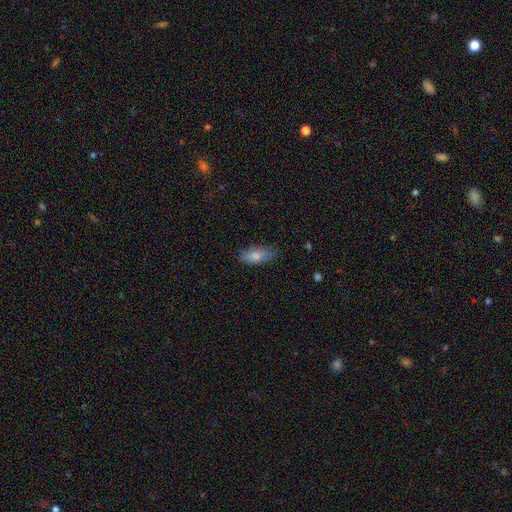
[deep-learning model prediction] Smooth or featured? Predicted: smooth (p=0.81). How rounded? Predicted: in between (p=0.84). Merging? Predicted: none (p=0.80).